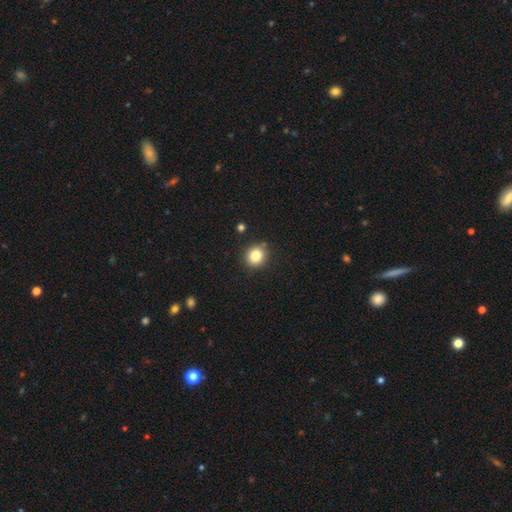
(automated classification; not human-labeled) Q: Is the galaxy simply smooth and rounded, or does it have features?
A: smooth — 83%.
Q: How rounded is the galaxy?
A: round — 85%.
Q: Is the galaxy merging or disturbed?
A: none — 87%.